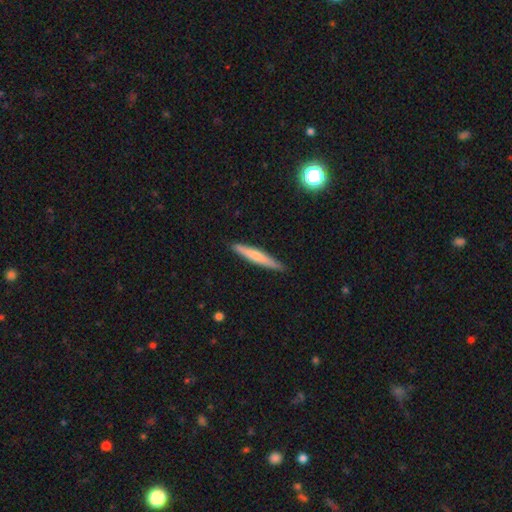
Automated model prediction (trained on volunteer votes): Smooth or featured? smooth (61%)
How rounded? cigar-shaped (95%)
Merging? none (88%)